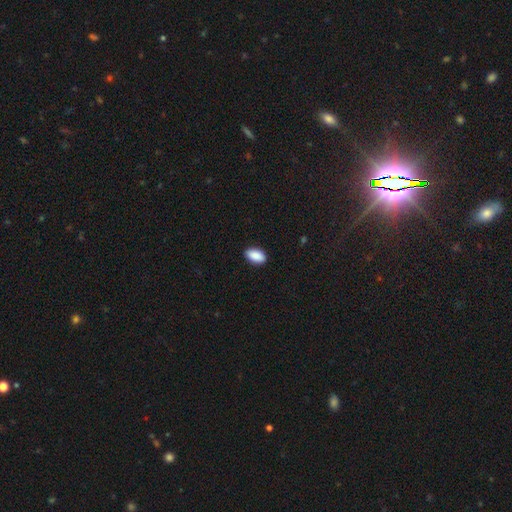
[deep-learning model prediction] Overall: smooth (90%). How rounded: in between (94%). Merging: none (89%).